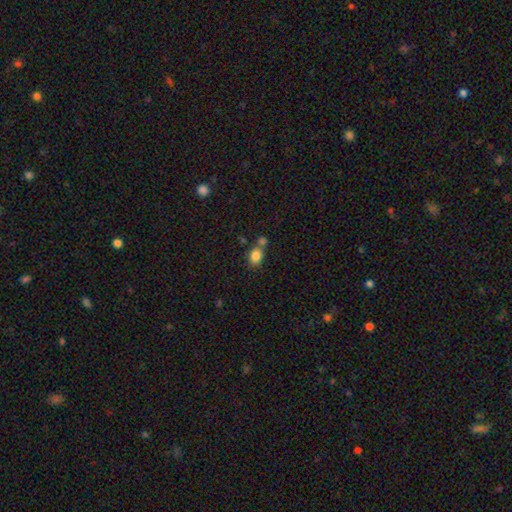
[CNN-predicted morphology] Smooth or featured?
  - smooth: 84% *
  - star or artifact: 10%
  - featured or disk: 7%
How rounded?
  - in between: 65% *
  - round: 34%
  - cigar-shaped: 1%
Merging?
  - none: 54% *
  - merger: 30%
  - minor disturbance: 11%
  - major disturbance: 4%